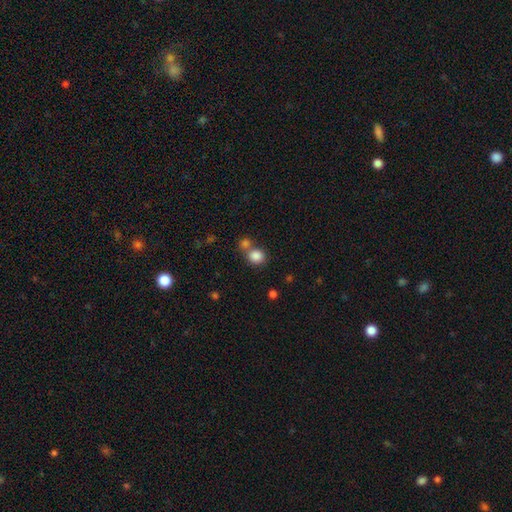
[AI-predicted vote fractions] The model was most divided on "merging": none: 53%, merger: 34%, minor disturbance: 9%, major disturbance: 4%. More confident: smooth or featured — smooth (85%); how rounded — round (76%).